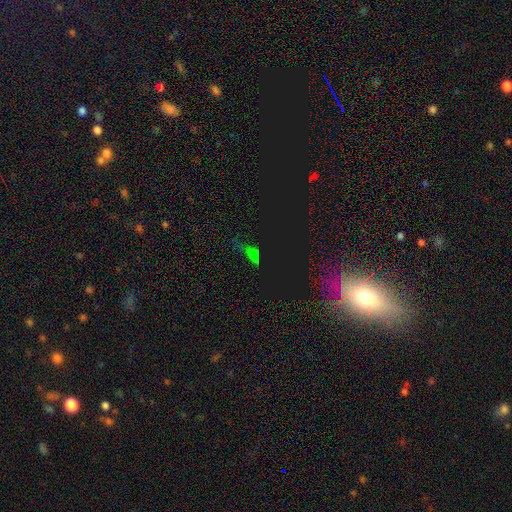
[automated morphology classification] A star or artifact, not a galaxy (58%).